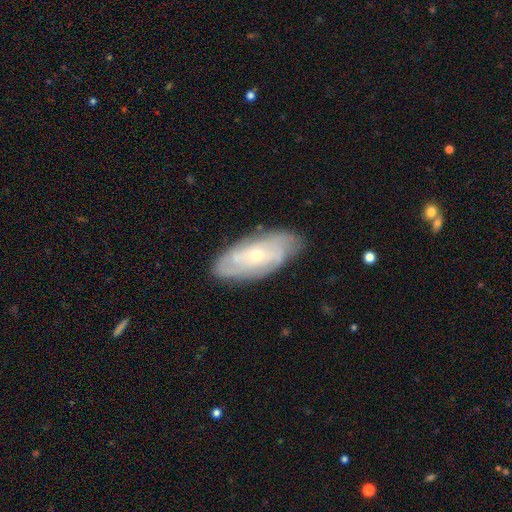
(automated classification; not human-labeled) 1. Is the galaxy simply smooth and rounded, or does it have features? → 66% featured or disk, 27% smooth, 6% star or artifact.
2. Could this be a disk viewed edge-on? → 89% no, 11% yes.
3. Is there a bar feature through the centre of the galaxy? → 67% no, 27% weak, 7% strong.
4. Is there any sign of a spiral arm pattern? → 82% yes, 18% no.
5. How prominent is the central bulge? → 66% small, 30% moderate, 2% large, 1% none, 1% dominant.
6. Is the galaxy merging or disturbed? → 77% none, 17% minor disturbance, 4% major disturbance, 1% merger.